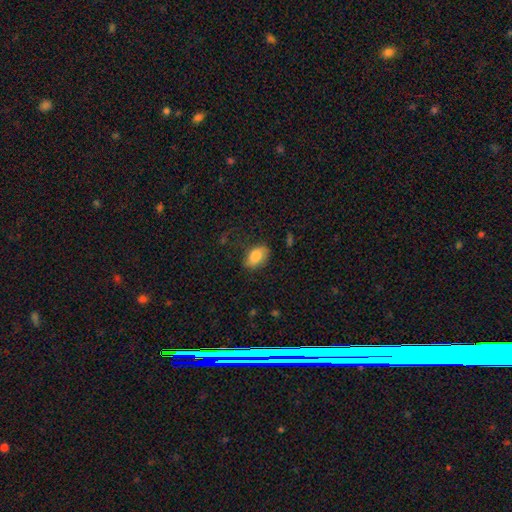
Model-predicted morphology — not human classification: A smooth galaxy with no disk features (84%) that is in between round and cigar-shaped (90%).

Vote fractions:
- Smooth or featured? smooth: 84% / featured or disk: 9% / star or artifact: 7%
- How rounded? in between: 90% / round: 8% / cigar-shaped: 2%
- Merging? none: 74% / minor disturbance: 19% / major disturbance: 6% / merger: 1%